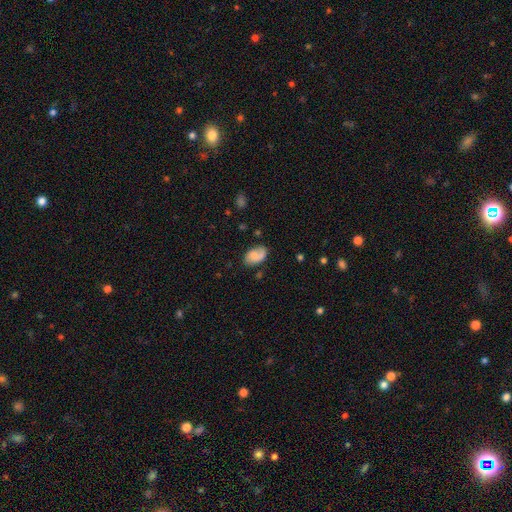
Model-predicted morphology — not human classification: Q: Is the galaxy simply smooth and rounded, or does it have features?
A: smooth — 58%.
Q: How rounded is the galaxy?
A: in between — 87%.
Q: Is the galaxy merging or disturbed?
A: none — 64%.